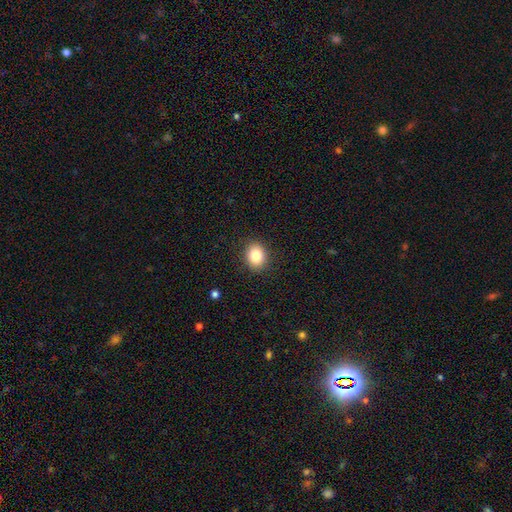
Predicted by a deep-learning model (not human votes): This is clearly a smooth galaxy (84%). How rounded: possibly round (56%). Merging: clearly none (89%).